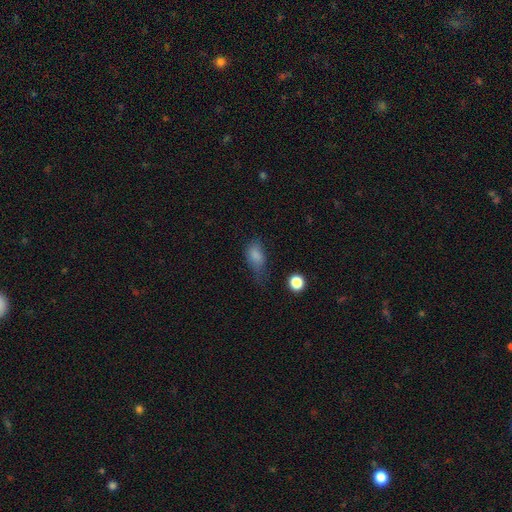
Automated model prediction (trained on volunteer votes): This appears to be a smooth galaxy with no disk features (81%) that is in between round and cigar-shaped (82%). Merging: none (38%).